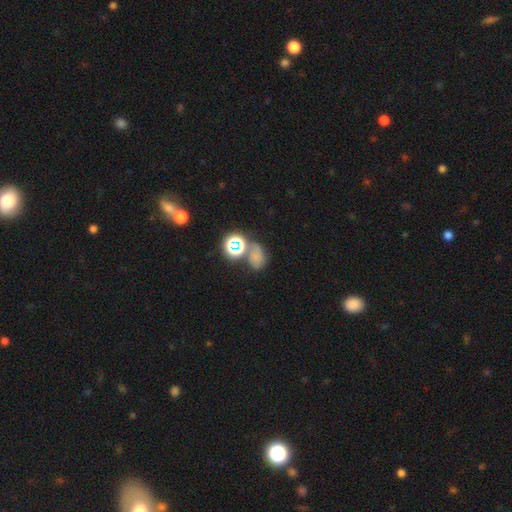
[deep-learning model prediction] smooth-or-featured: smooth: 53% | star or artifact: 32% | featured or disk: 15%
  how-rounded: in between: 57% | round: 42% | cigar-shaped: 2%
  merging: none: 42% | merger: 29% | minor disturbance: 17% | major disturbance: 13%